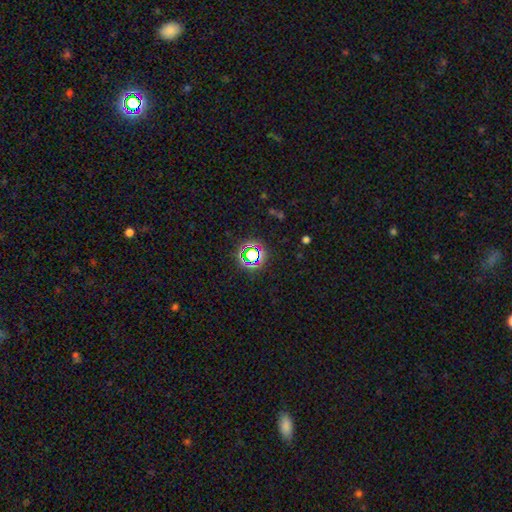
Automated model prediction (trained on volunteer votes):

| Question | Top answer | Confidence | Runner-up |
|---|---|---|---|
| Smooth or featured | star or artifact | 70% | smooth (20%) |